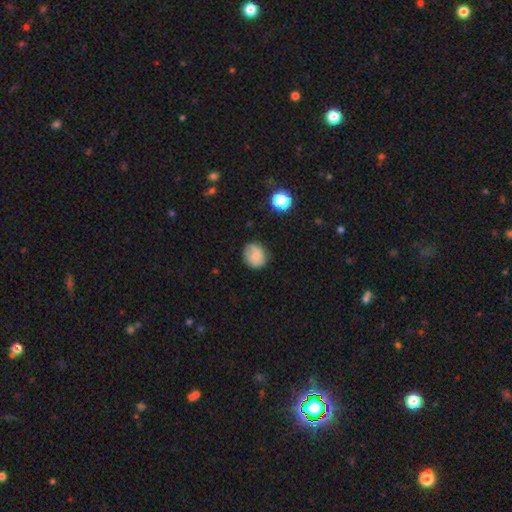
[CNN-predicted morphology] This is likely a smooth galaxy (76%). How rounded: likely round (71%). Merging: likely none (75%).